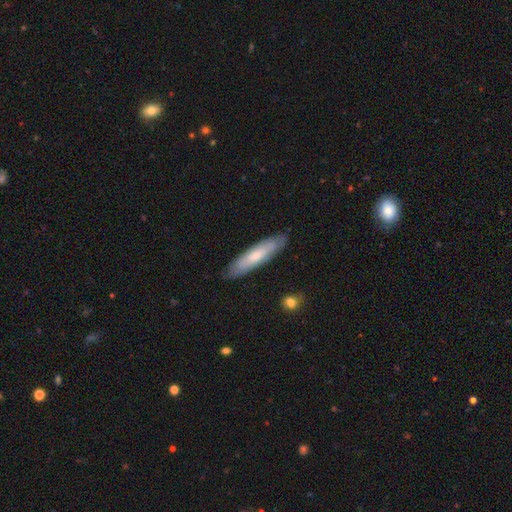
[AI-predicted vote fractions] This appears to be a smooth galaxy with no disk features (57%) that is cigar-shaped (75%). Merging: none (85%).